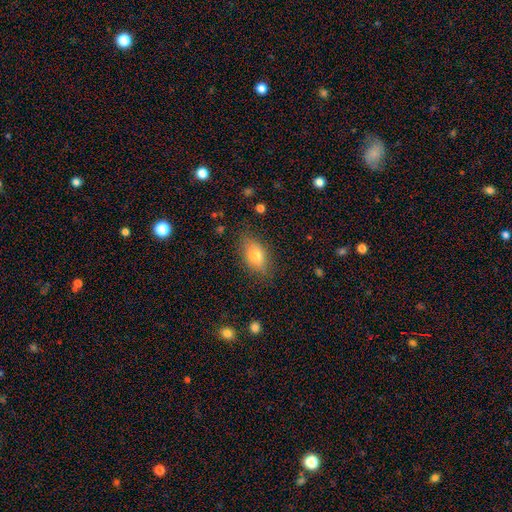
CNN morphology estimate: Smooth or featured? smooth (75%)
How rounded? in between (86%)
Merging? none (80%)